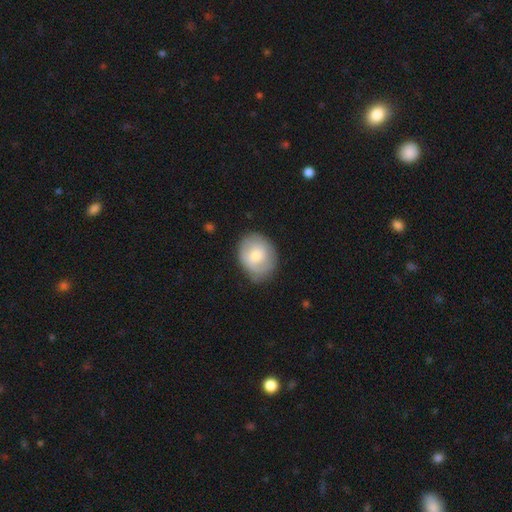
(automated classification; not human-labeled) Q: Smooth or featured?
A: smooth (59%); runner-up: featured or disk (34%)
Q: How rounded?
A: round (59%); runner-up: in between (40%)
Q: Merging?
A: none (75%); runner-up: minor disturbance (19%)